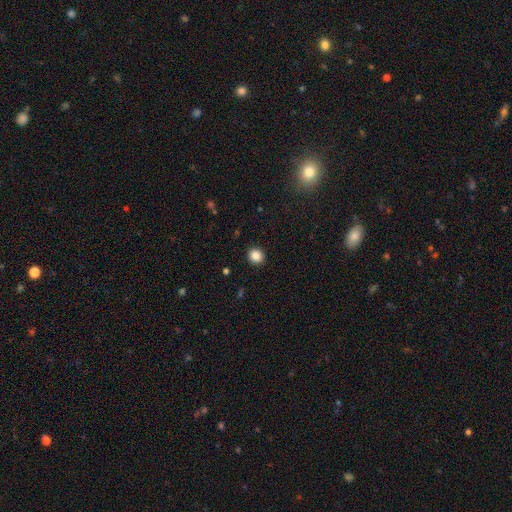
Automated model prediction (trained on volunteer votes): The model was most divided on "how rounded": round: 84%, in between: 15%, cigar-shaped: 1%. More confident: merging — none (91%); smooth or featured — smooth (87%).